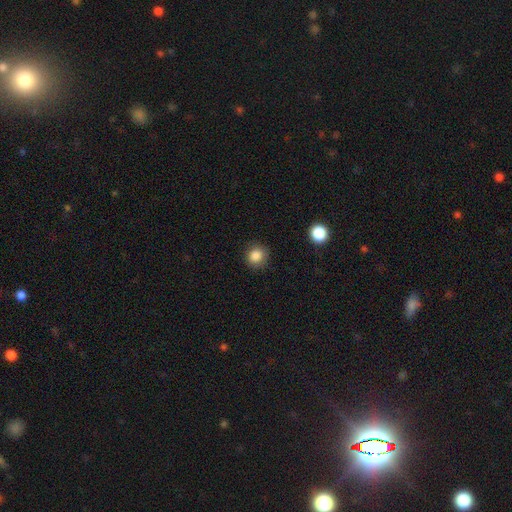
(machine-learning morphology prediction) The model was most divided on "smooth or featured": smooth: 85%, star or artifact: 11%, featured or disk: 4%. More confident: how rounded — round (88%); merging — none (87%).